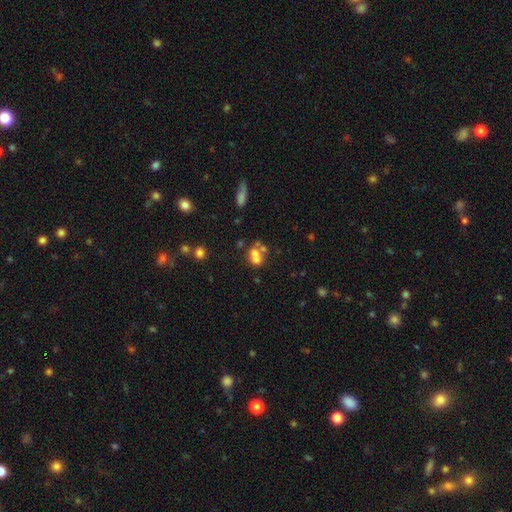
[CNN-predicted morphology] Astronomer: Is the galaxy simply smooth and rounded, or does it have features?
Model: smooth — 61%.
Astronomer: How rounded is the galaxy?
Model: in between — 54% (runner-up: round, 44%).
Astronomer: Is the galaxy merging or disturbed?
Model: merger — 56%.